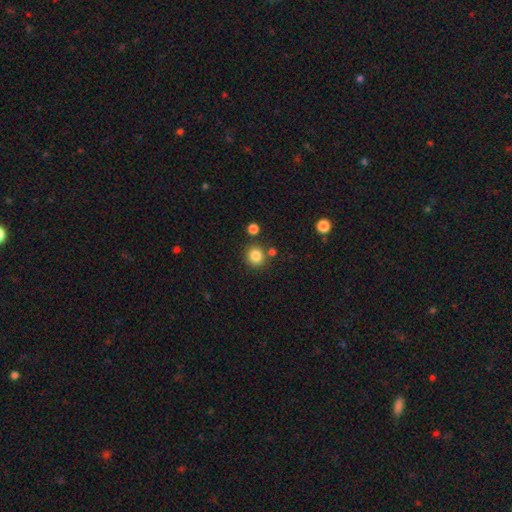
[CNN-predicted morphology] A smooth galaxy with no disk features (85%) that is round (88%).

Vote fractions:
- Smooth or featured? smooth: 85% / star or artifact: 11% / featured or disk: 5%
- How rounded? round: 88% / in between: 11% / cigar-shaped: 1%
- Merging? none: 80% / minor disturbance: 9% / merger: 8% / major disturbance: 3%